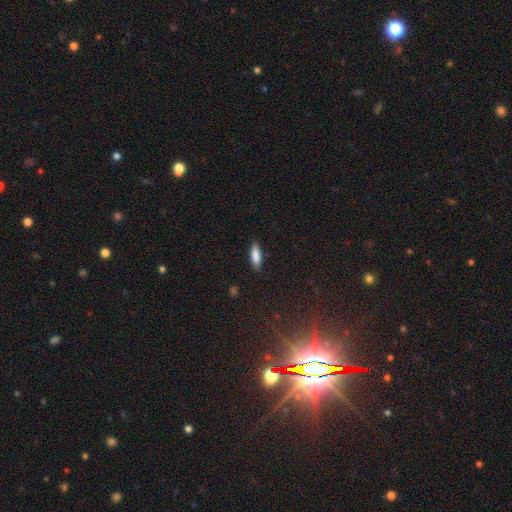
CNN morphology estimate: Smooth or featured? Predicted: smooth (p=0.84). How rounded? Predicted: in between (p=0.50). Merging? Predicted: none (p=0.87).